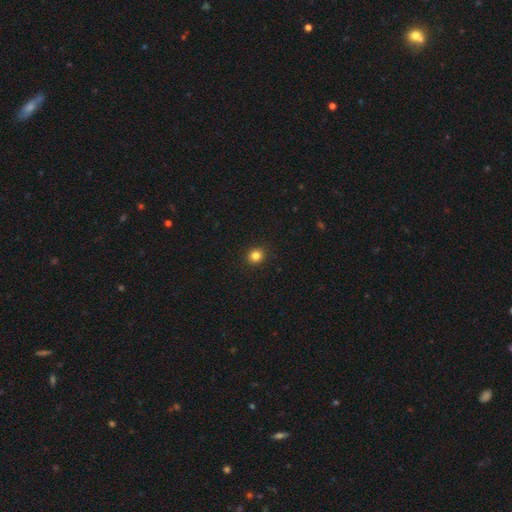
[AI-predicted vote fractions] The model was most divided on "smooth or featured": smooth: 83%, star or artifact: 12%, featured or disk: 4%. More confident: merging — none (92%); how rounded — round (87%).